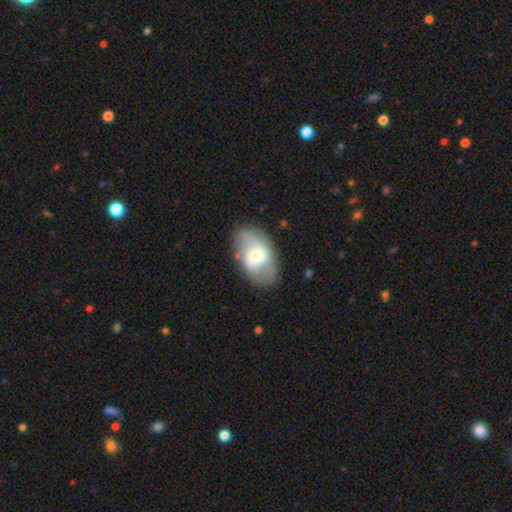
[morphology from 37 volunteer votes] Overall: featured or disk (62%; smooth 32%). Edge-on disk: no (83%). Bar: no (47%; strong 26%). Spiral arms: yes (89%). Spiral arm count: 2 (59%; can't tell 29%). Spiral winding: medium (47%; tight 29%). Bulge size: moderate (42%; small 37%). Merging: none (77%).